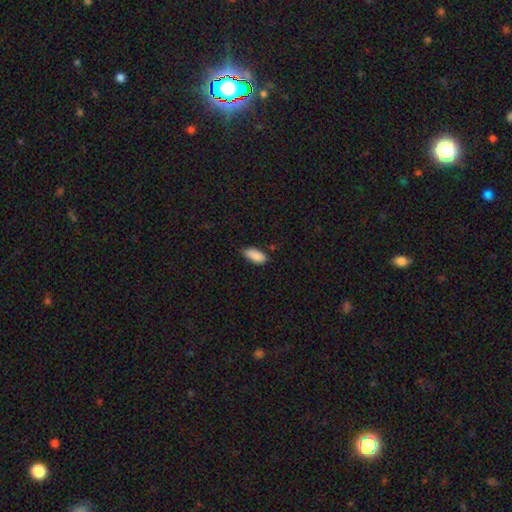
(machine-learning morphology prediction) Smooth or featured? smooth (88%)
How rounded? in between (88%)
Merging? none (68%)